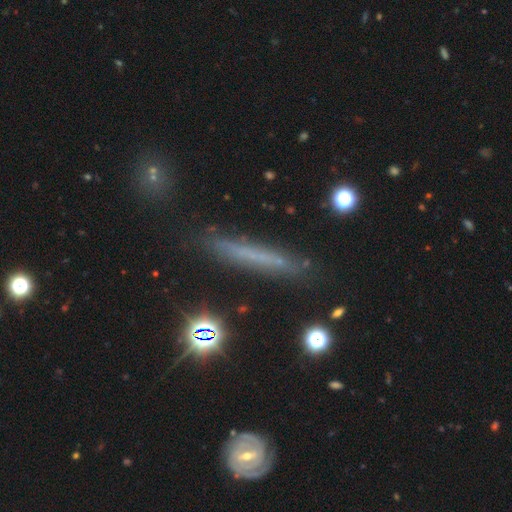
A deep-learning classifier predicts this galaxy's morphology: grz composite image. It shows a smooth galaxy with no disk features (45%). Merging: none (81%).